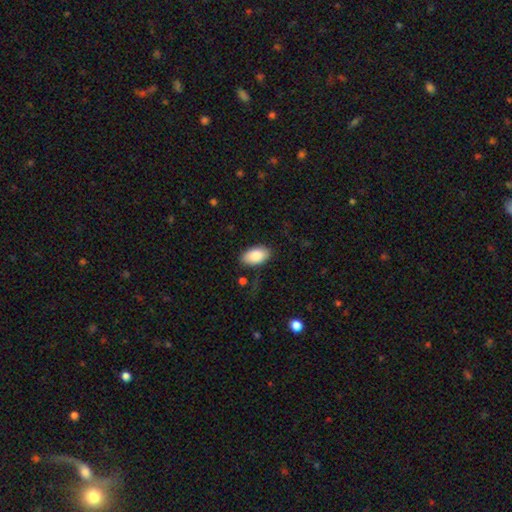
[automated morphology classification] A smooth galaxy with no disk features (89%) that is in between round and cigar-shaped (94%). Merging: none (83%).